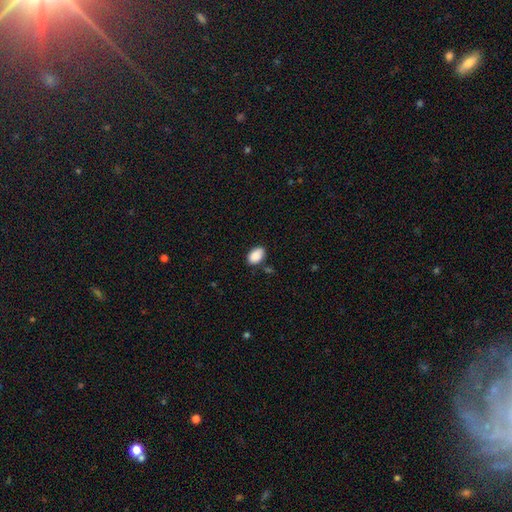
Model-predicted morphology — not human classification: smooth-or-featured: smooth: 89% | star or artifact: 7% | featured or disk: 4%
  how-rounded: in between: 91% | round: 8% | cigar-shaped: 1%
  merging: none: 77% | minor disturbance: 16% | merger: 4% | major disturbance: 3%